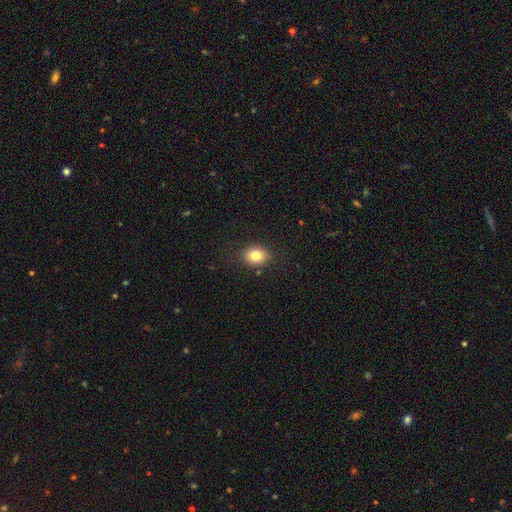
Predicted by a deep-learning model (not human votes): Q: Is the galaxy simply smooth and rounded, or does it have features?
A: smooth — 80%.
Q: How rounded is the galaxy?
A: in between — 52%.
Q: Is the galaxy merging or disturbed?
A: none — 85%.